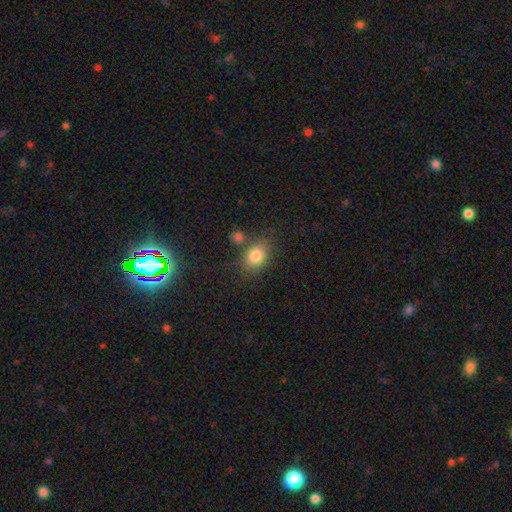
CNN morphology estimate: A smooth galaxy with no disk features (82%) that is in between round and cigar-shaped (67%).

Vote fractions:
- Smooth or featured? smooth: 82% / star or artifact: 10% / featured or disk: 8%
- How rounded? in between: 67% / round: 32% / cigar-shaped: 1%
- Merging? none: 69% / minor disturbance: 14% / merger: 13% / major disturbance: 5%